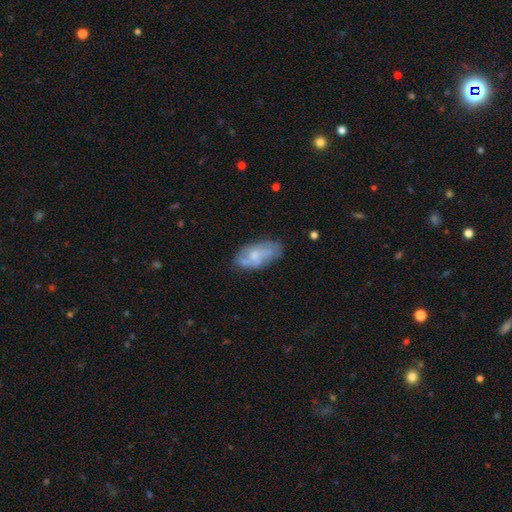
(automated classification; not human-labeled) smooth-or-featured: featured or disk: 52% | smooth: 41% | star or artifact: 7%
  disk-edge-on: no: 93% | yes: 7%
  merging: none: 63% | minor disturbance: 25% | major disturbance: 9% | merger: 3%